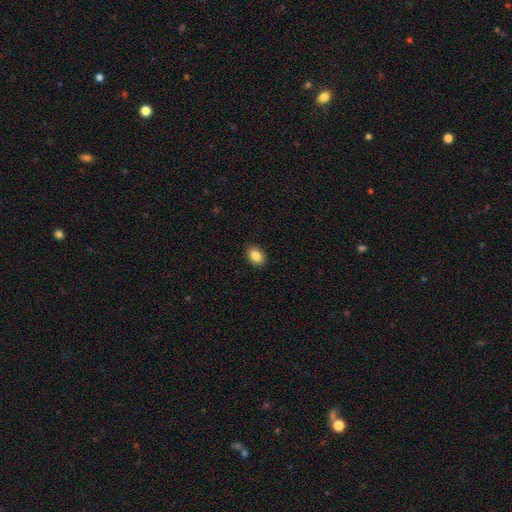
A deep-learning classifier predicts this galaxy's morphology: A smooth galaxy with no disk features (87%) that is in between round and cigar-shaped (81%).

Vote fractions:
- Smooth or featured? smooth: 87% / star or artifact: 8% / featured or disk: 5%
- How rounded? in between: 81% / round: 18% / cigar-shaped: 1%
- Merging? none: 90% / minor disturbance: 7% / major disturbance: 2% / merger: 1%